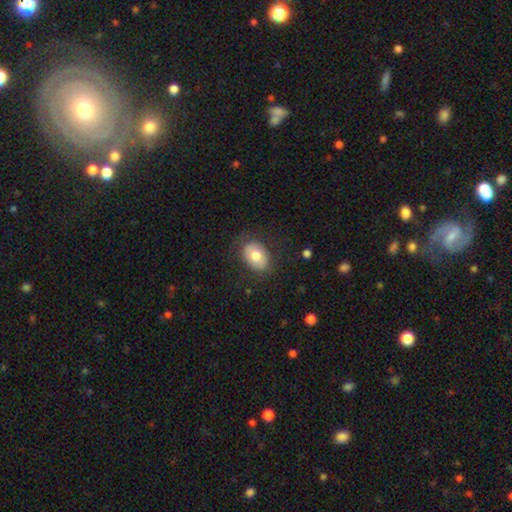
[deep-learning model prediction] smooth_or_featured: smooth (p=0.74) [alt: featured or disk p=0.19]
how_rounded: in between (p=0.72) [alt: round p=0.27]
merging: none (p=0.80) [alt: minor disturbance p=0.14]